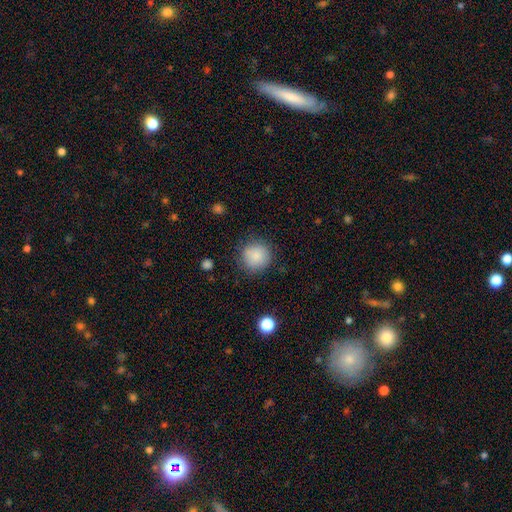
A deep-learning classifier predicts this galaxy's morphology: Smooth or featured?
  - smooth: 86% *
  - star or artifact: 9%
  - featured or disk: 5%
How rounded?
  - round: 92% *
  - in between: 7%
  - cigar-shaped: 1%
Merging?
  - none: 84% *
  - minor disturbance: 11%
  - major disturbance: 4%
  - merger: 1%